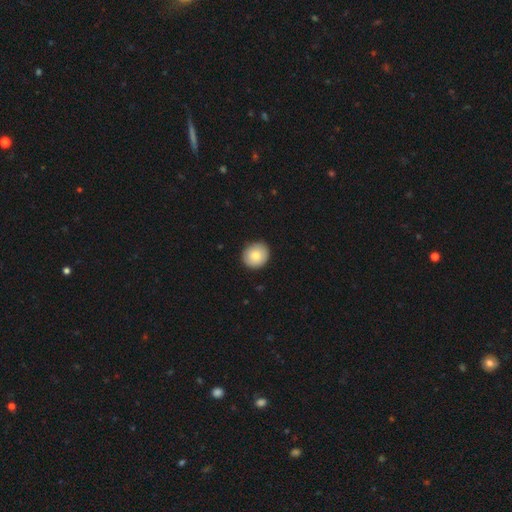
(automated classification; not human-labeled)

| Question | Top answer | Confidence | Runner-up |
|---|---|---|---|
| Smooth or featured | smooth | 83% | featured or disk (10%) |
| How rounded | round | 83% | in between (16%) |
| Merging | none | 89% | minor disturbance (8%) |